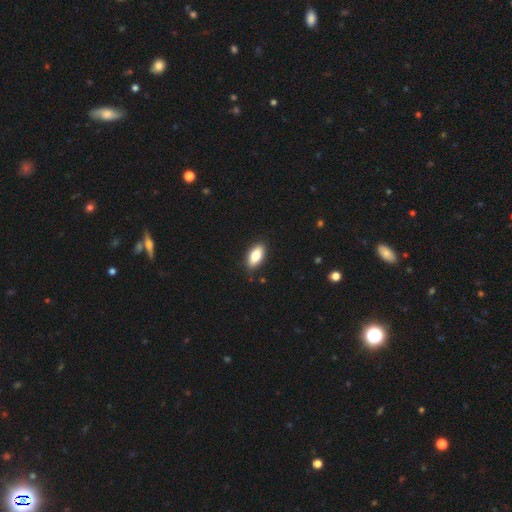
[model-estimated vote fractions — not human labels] This is clearly a smooth galaxy (80%). How rounded: clearly in between (89%). Merging: clearly none (86%).